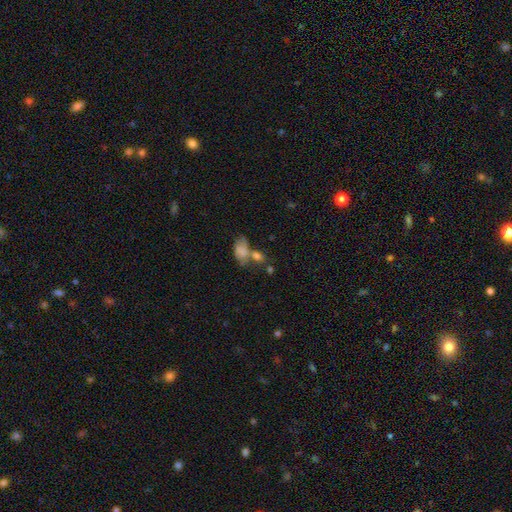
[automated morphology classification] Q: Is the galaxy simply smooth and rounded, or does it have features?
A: smooth — 48%.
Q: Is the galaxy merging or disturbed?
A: none — 45%.